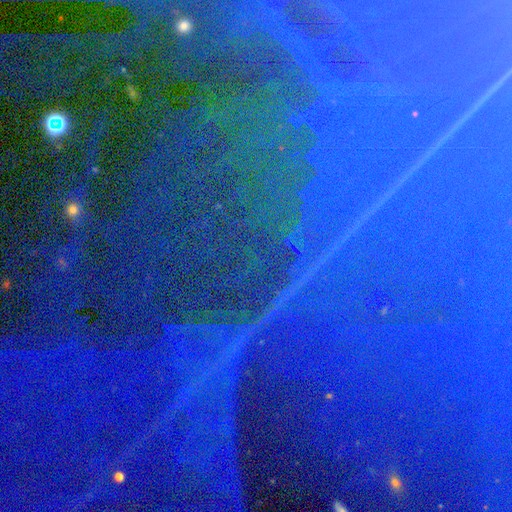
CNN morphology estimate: Overall: star or artifact (88%).